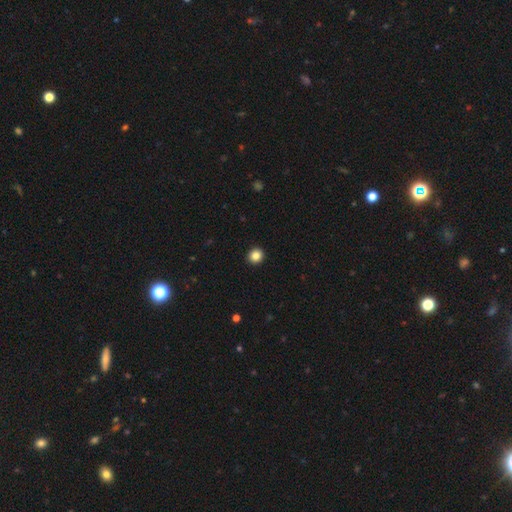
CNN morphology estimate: smooth 85%, star or artifact 10%, featured or disk 5%. Down the decision tree: how rounded — round (91%); merging — none (94%).